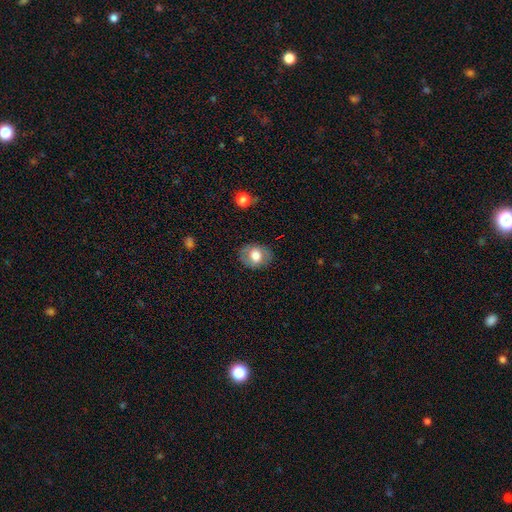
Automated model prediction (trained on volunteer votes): The model was most divided on "how rounded": in between: 58%, round: 41%, cigar-shaped: 1%. More confident: merging — none (81%); smooth or featured — smooth (65%).